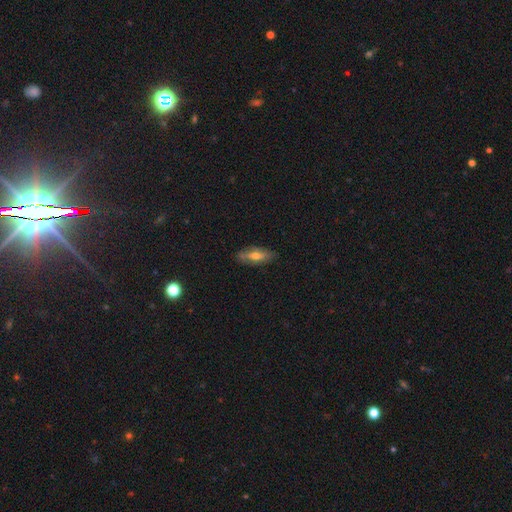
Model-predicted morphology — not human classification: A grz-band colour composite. It shows a smooth galaxy with no disk features (48%). Merging: none (82%).